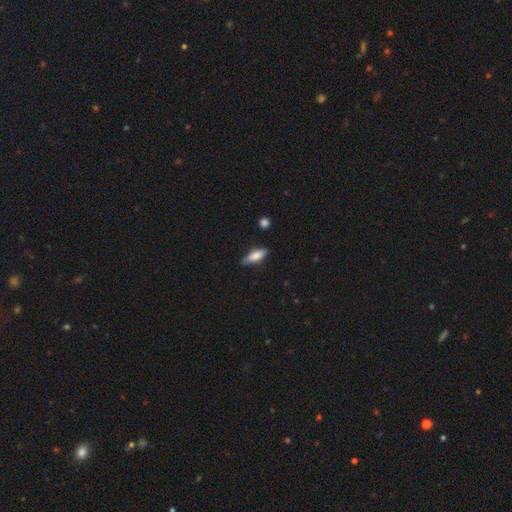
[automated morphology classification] Overall: smooth (70%). How rounded: in between (57%; cigar-shaped 40%). Merging: none (77%).